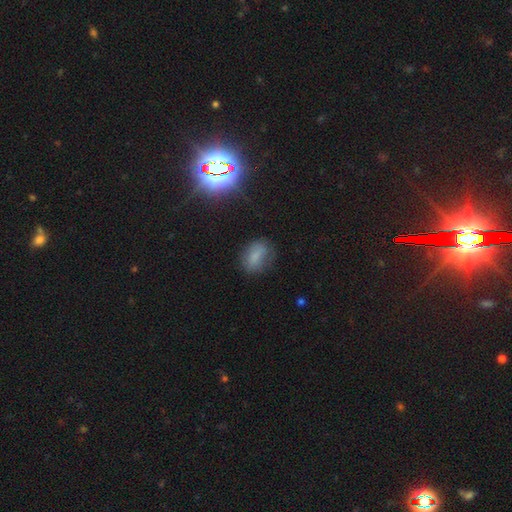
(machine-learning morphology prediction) Q: Smooth or featured?
A: smooth (73%); runner-up: featured or disk (14%)
Q: How rounded?
A: in between (77%); runner-up: round (19%)
Q: Merging?
A: none (67%); runner-up: minor disturbance (22%)